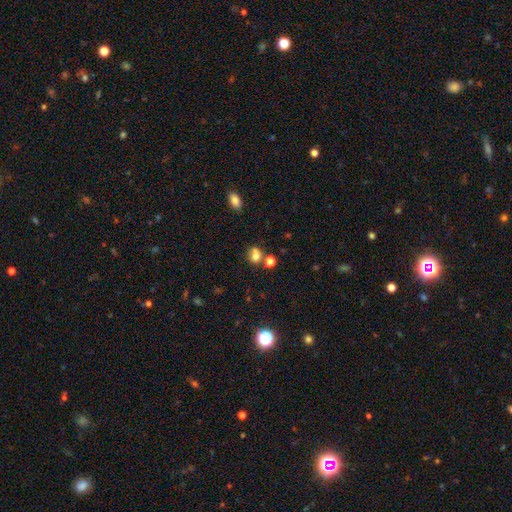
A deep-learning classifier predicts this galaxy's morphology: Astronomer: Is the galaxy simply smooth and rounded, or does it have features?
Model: smooth — 73%.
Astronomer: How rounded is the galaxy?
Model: round — 59% (runner-up: in between, 39%).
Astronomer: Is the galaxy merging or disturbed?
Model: none — 48% (runner-up: merger, 29%).